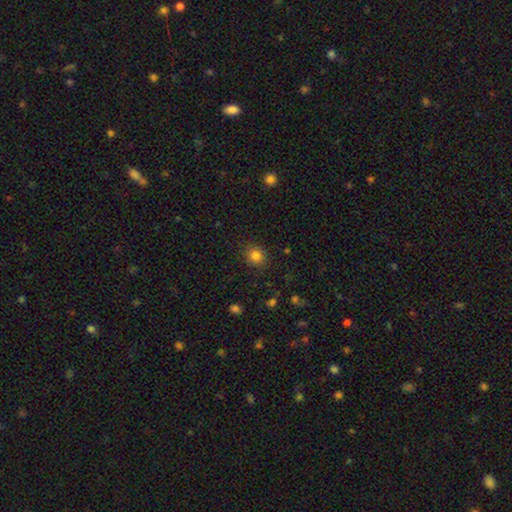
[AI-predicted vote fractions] This is clearly a smooth galaxy (82%). How rounded: likely round (80%). Merging: clearly none (88%).